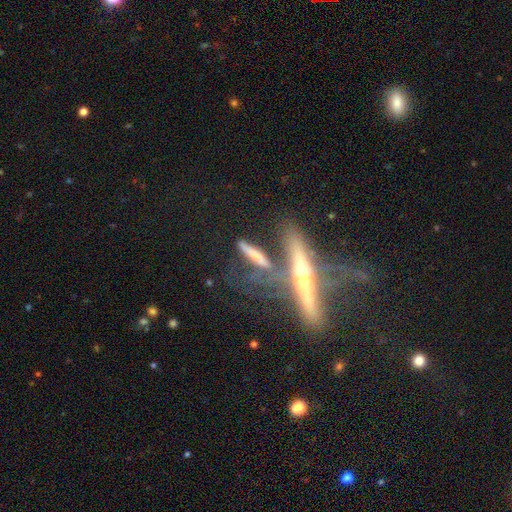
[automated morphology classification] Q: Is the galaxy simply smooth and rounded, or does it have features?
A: smooth — 46%.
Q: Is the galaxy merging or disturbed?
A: none — 46%.